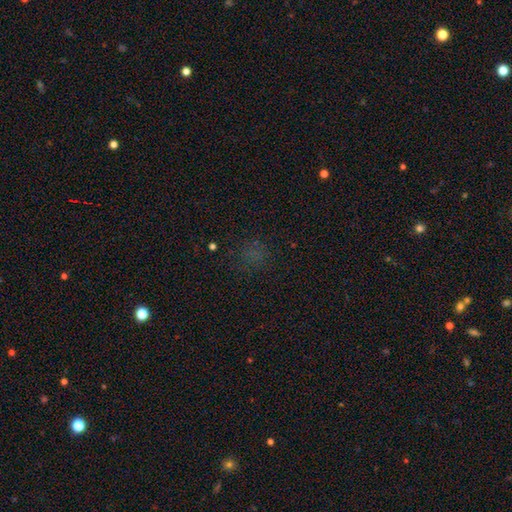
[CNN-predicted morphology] type=smooth (50%); roundness=round (81%); merging=none (81%).